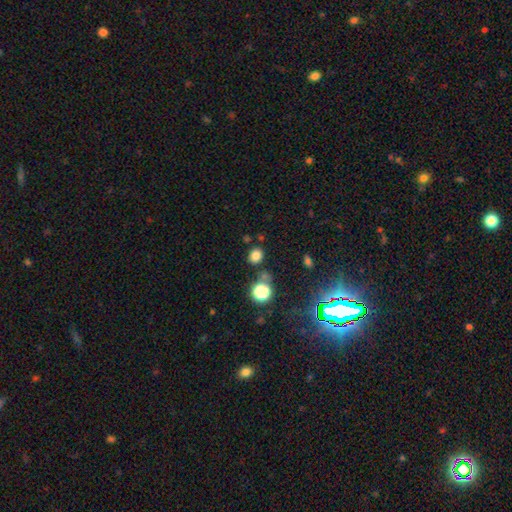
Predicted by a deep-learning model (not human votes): smooth-or-featured: smooth: 78% | star or artifact: 17% | featured or disk: 5%
  how-rounded: round: 69% | in between: 30% | cigar-shaped: 1%
  merging: none: 81% | minor disturbance: 10% | merger: 6% | major disturbance: 3%